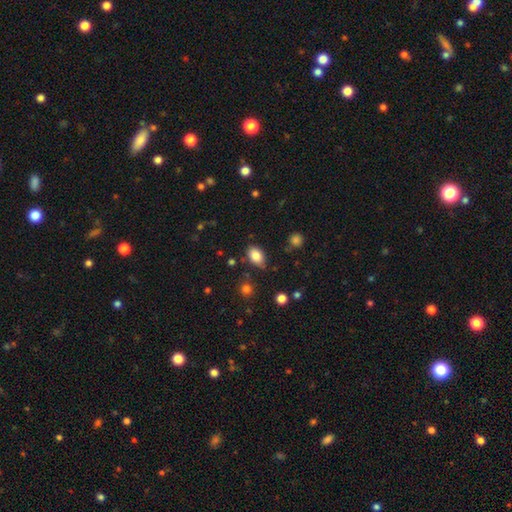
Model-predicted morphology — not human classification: Overall: smooth (85%). How rounded: in between (85%). Merging: none (79%).